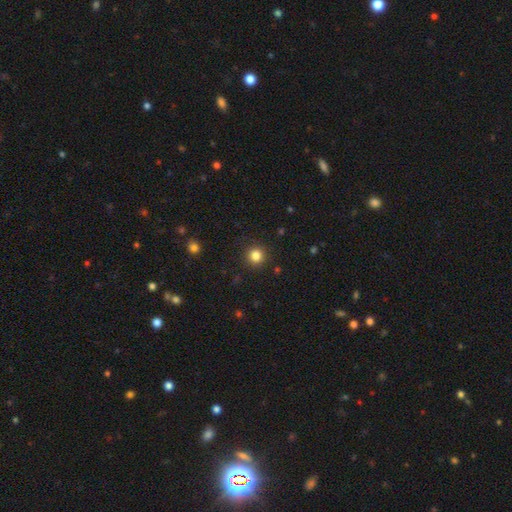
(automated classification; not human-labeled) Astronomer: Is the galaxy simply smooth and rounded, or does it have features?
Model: smooth — 83%.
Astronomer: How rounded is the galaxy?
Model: round — 95%.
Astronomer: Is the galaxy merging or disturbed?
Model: none — 91%.